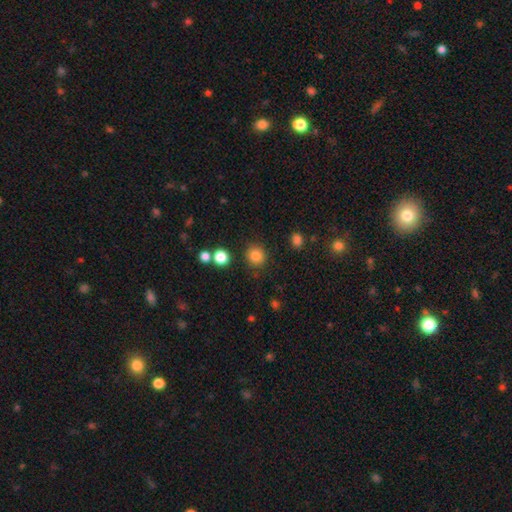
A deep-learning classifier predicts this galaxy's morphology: Q: Smooth or featured?
A: smooth (84%); runner-up: star or artifact (12%)
Q: How rounded?
A: round (90%); runner-up: in between (9%)
Q: Merging?
A: none (87%); runner-up: minor disturbance (7%)